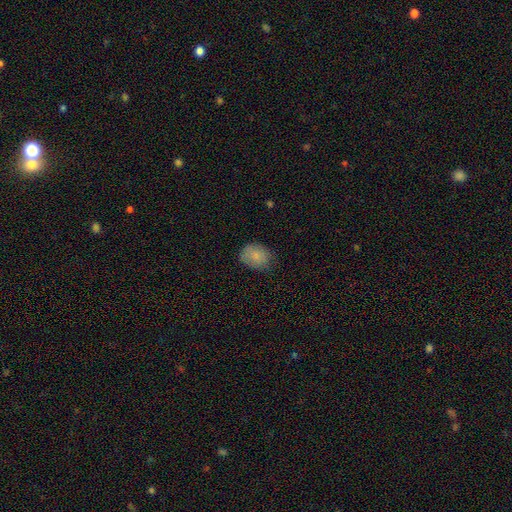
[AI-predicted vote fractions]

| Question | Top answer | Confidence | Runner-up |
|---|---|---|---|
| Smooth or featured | smooth | 81% | featured or disk (11%) |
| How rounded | in between | 56% | round (43%) |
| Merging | none | 69% | minor disturbance (25%) |